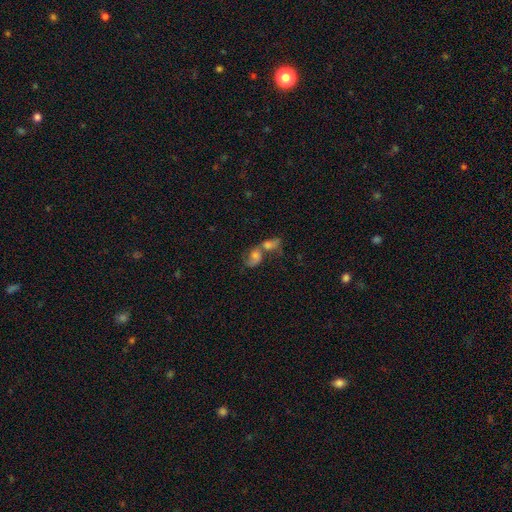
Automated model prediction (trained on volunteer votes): Q: Smooth or featured?
A: smooth (43%); runner-up: featured or disk (41%)
Q: Merging?
A: merger (66%); runner-up: none (18%)